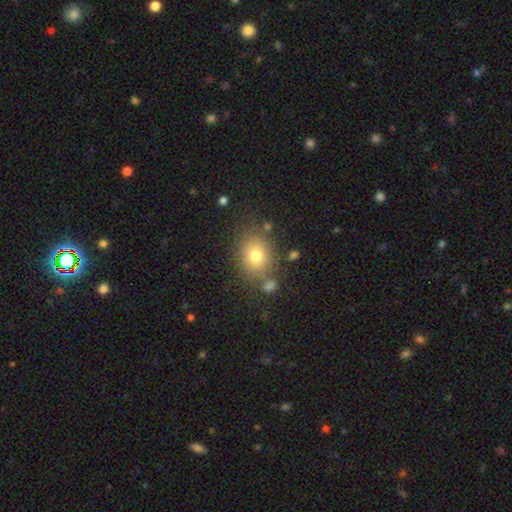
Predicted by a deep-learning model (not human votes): Smooth or featured: smooth — 76% (star or artifact — 13%)
How rounded: round — 55% (in between — 44%)
Merging: none — 76% (minor disturbance — 12%)